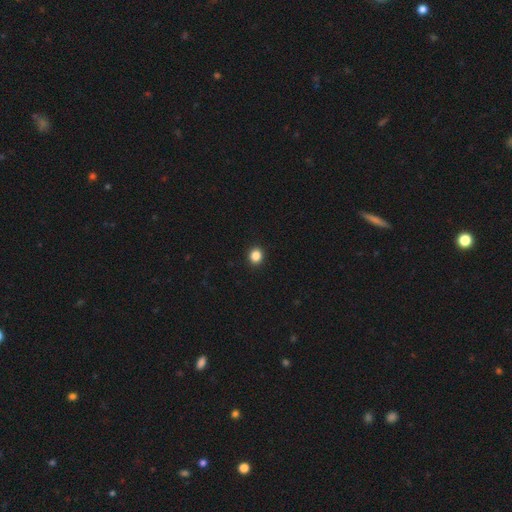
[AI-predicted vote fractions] Smooth or featured? Predicted: smooth (p=0.86). How rounded? Predicted: round (p=0.80). Merging? Predicted: none (p=0.93).